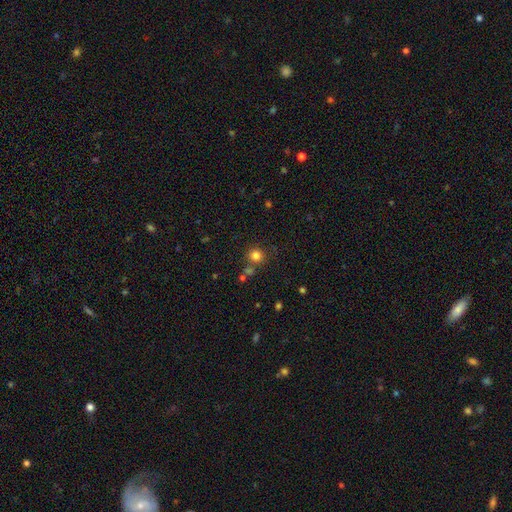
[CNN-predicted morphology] type=smooth (80%); roundness=round (92%); merging=none (77%).